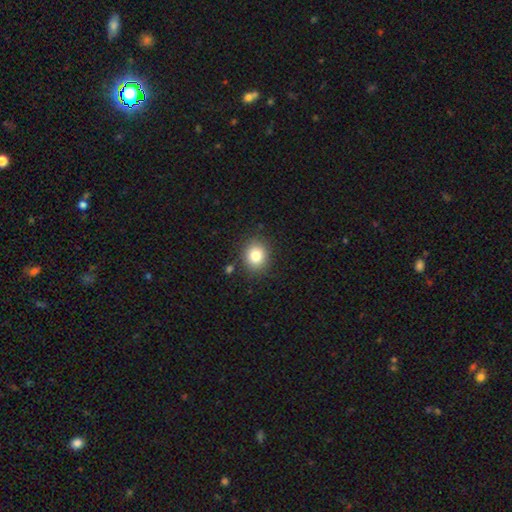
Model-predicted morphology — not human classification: This appears to be a smooth galaxy with no disk features (81%) that is round (78%). Merging: none (86%).